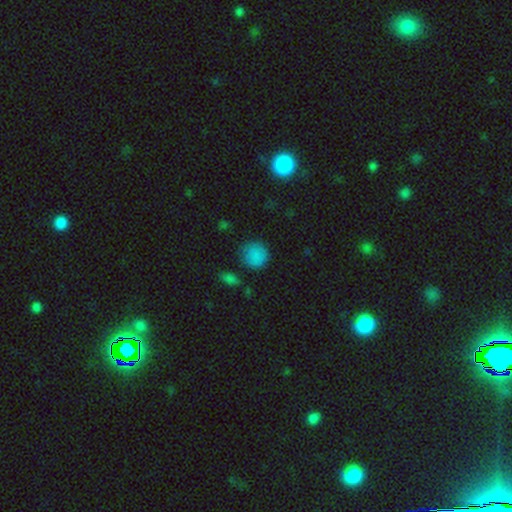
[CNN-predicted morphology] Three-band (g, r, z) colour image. It shows a smooth galaxy with no disk features (84%) that is round (90%). Merging: none (77%).